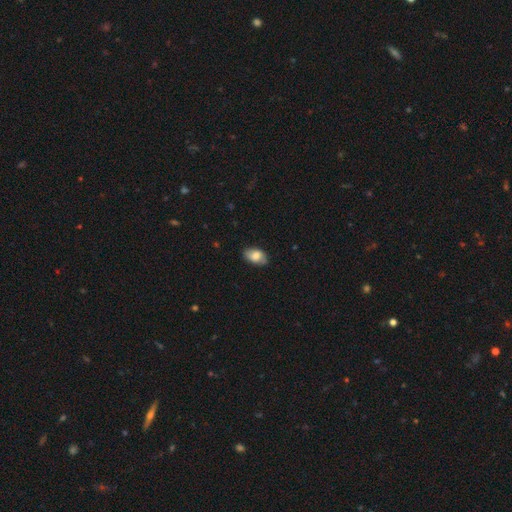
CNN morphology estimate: This is likely a smooth galaxy (78%). How rounded: clearly in between (91%). Merging: likely none (79%).